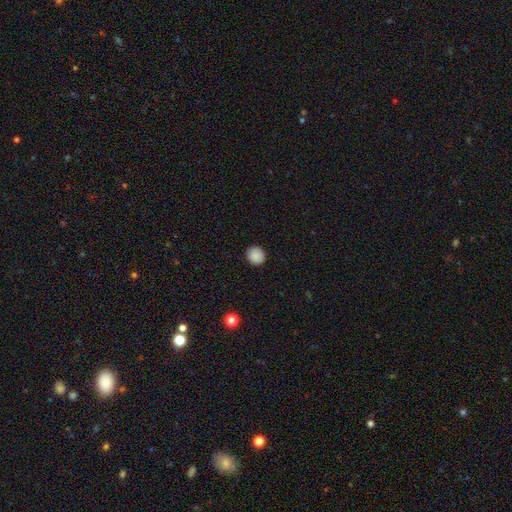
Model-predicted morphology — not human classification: type=smooth (87%); roundness=round (89%); merging=none (90%).